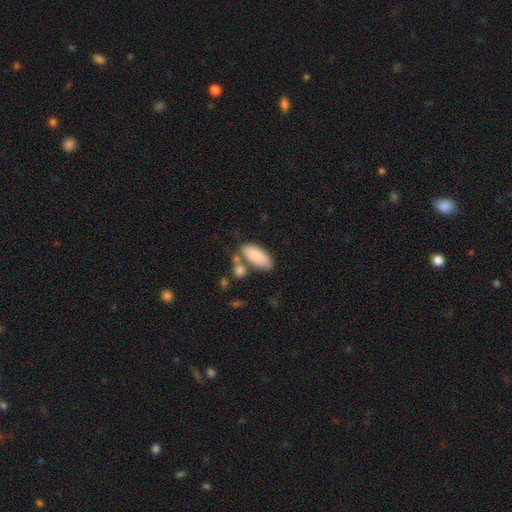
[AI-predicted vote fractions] Smooth or featured: smooth — 85% (featured or disk — 9%)
How rounded: in between — 88% (cigar-shaped — 10%)
Merging: none — 59% (merger — 20%)